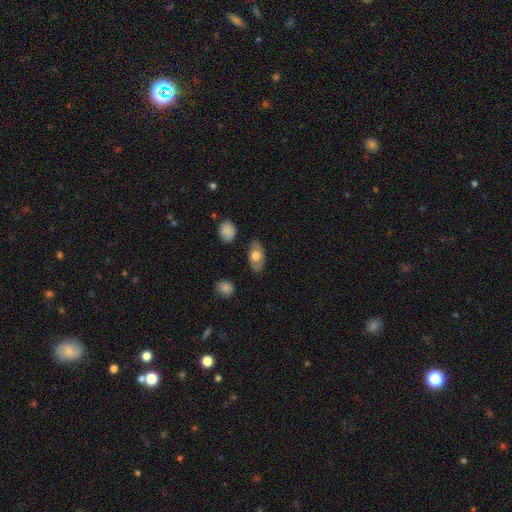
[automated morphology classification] Q: Smooth or featured?
A: smooth (59%); runner-up: featured or disk (35%)
Q: How rounded?
A: in between (87%); runner-up: round (10%)
Q: Merging?
A: none (80%); runner-up: minor disturbance (14%)